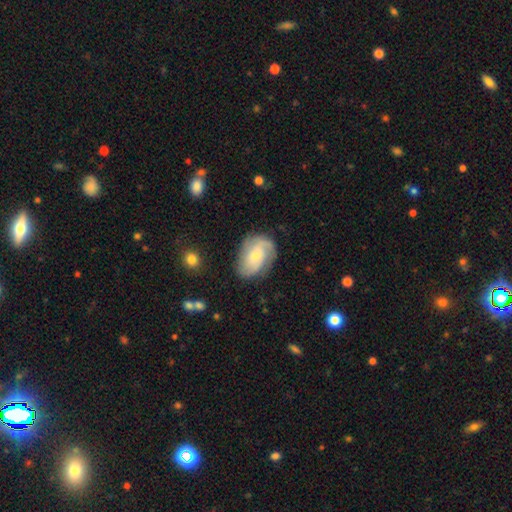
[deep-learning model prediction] Q: Smooth or featured?
A: featured or disk (66%); runner-up: smooth (27%)
Q: Edge-on disk?
A: no (96%); runner-up: yes (4%)
Q: Bar?
A: no (67%); runner-up: weak (27%)
Q: Spiral arms?
A: yes (89%); runner-up: no (11%)
Q: Spiral winding?
A: medium (41%); runner-up: tight (35%)
Q: Spiral arm count?
A: 2 (47%); runner-up: can't tell (23%)
Q: Bulge size?
A: small (61%); runner-up: moderate (33%)
Q: Merging?
A: none (68%); runner-up: minor disturbance (21%)